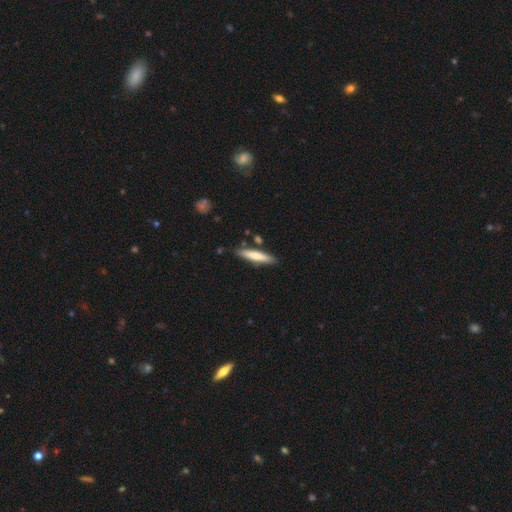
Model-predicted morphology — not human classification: type=smooth (66%); roundness=cigar-shaped (88%); merging=none (83%).